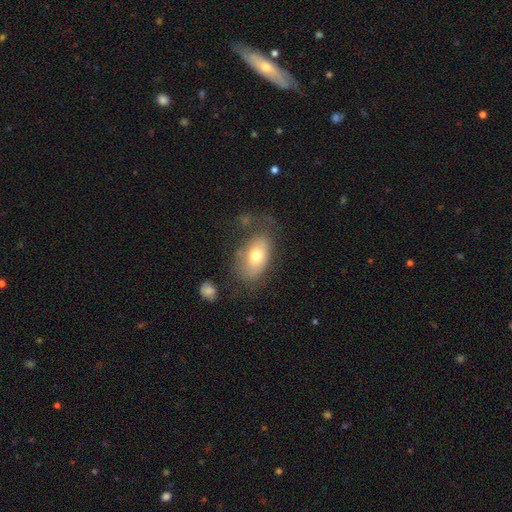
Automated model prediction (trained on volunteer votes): Q: Smooth or featured?
A: smooth (67%); runner-up: featured or disk (24%)
Q: How rounded?
A: in between (87%); runner-up: round (11%)
Q: Merging?
A: none (56%); runner-up: minor disturbance (24%)